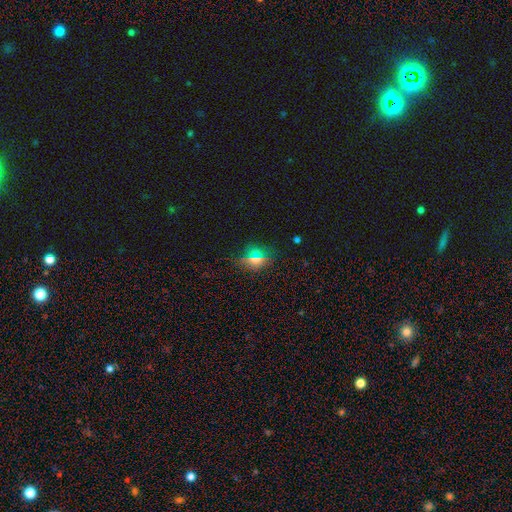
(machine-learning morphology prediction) Overall: smooth (59%; star or artifact 28%). How rounded: round (59%; in between 35%). Merging: none (83%).